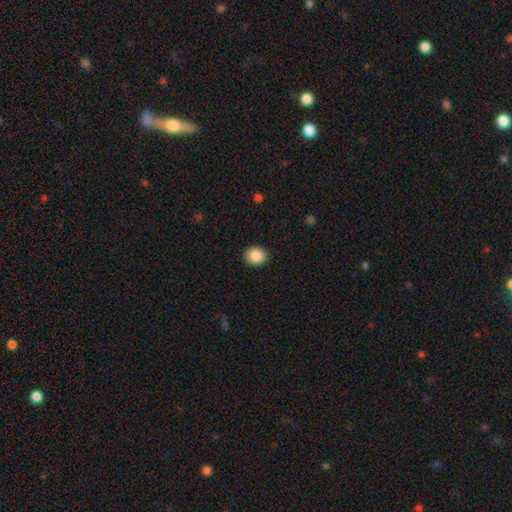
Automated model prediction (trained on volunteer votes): smooth-or-featured: smooth: 88% | star or artifact: 8% | featured or disk: 4%
  how-rounded: round: 76% | in between: 24% | cigar-shaped: 1%
  merging: none: 91% | minor disturbance: 6% | major disturbance: 2% | merger: 1%